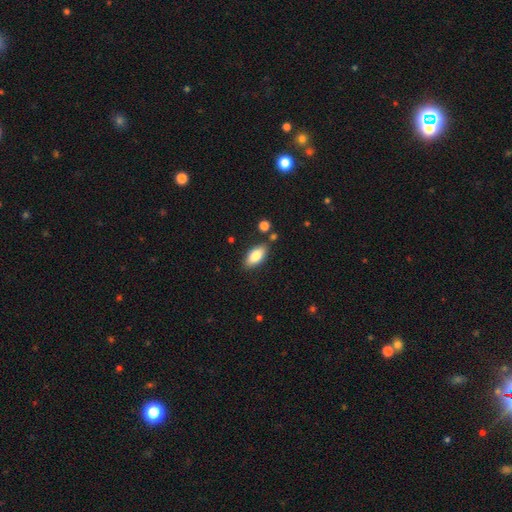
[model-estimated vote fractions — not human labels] The model was most divided on "smooth or featured": smooth: 79%, featured or disk: 14%, star or artifact: 7%. More confident: how rounded — in between (89%); merging — none (81%).